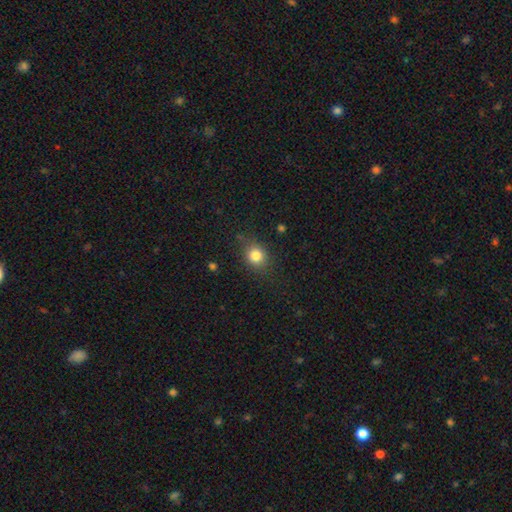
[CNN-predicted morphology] A smooth galaxy with no disk features (83%) that is round (73%). Merging: none (81%).